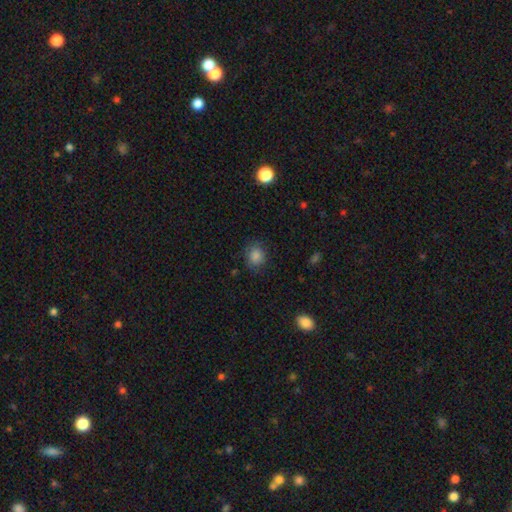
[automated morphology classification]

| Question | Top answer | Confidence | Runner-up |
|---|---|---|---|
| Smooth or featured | smooth | 84% | star or artifact (11%) |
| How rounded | round | 70% | in between (30%) |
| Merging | none | 80% | minor disturbance (14%) |